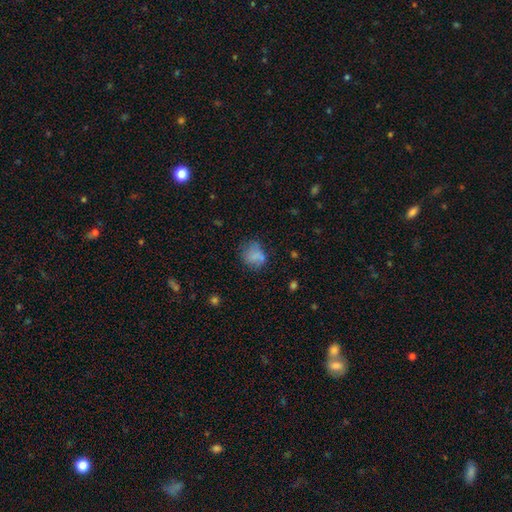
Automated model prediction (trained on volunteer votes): Smooth or featured: smooth — 73% (featured or disk — 15%)
How rounded: round — 68% (in between — 30%)
Merging: none — 59% (minor disturbance — 23%)